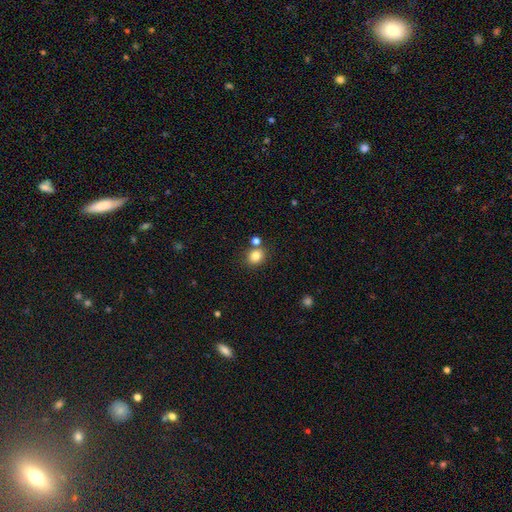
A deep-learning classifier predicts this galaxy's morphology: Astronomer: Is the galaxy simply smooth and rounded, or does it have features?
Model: smooth — 82%.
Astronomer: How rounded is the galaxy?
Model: round — 69%.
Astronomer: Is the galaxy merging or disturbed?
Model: none — 72%.